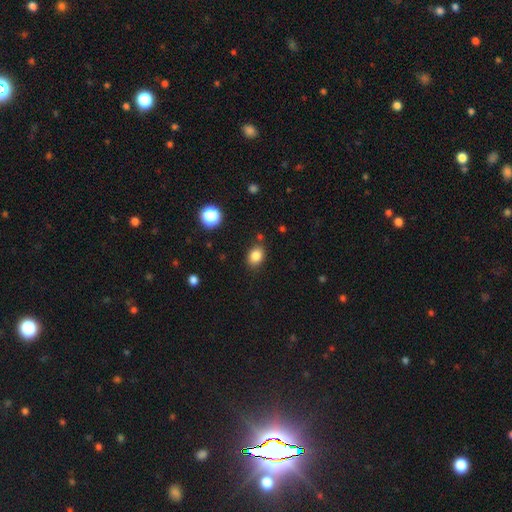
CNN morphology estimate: A smooth galaxy with no disk features (84%) that is in between round and cigar-shaped (69%).

Vote fractions:
- Smooth or featured? smooth: 84% / star or artifact: 10% / featured or disk: 5%
- How rounded? in between: 69% / round: 30% / cigar-shaped: 1%
- Merging? none: 82% / minor disturbance: 12% / merger: 3% / major disturbance: 3%